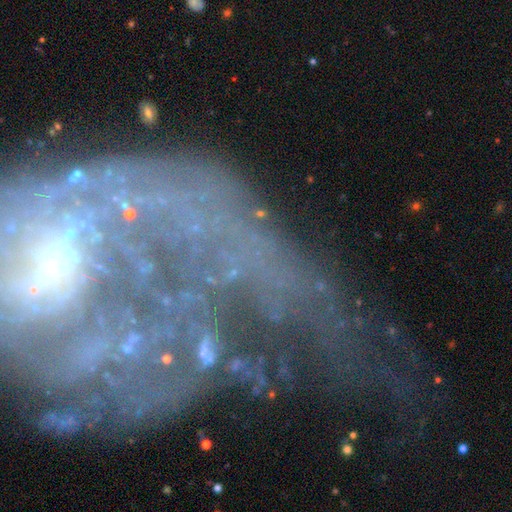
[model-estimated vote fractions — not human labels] smooth_or_featured: featured or disk (p=0.63) [alt: star or artifact p=0.24]
disk_edge_on: no (p=0.86) [alt: yes p=0.14]
bar: no (p=0.55) [alt: weak p=0.24]
has_spiral_arms: yes (p=0.68) [alt: no p=0.32]
bulge_size: small (p=0.43) [alt: moderate p=0.27]
merging: none (p=0.51) [alt: major disturbance p=0.21]